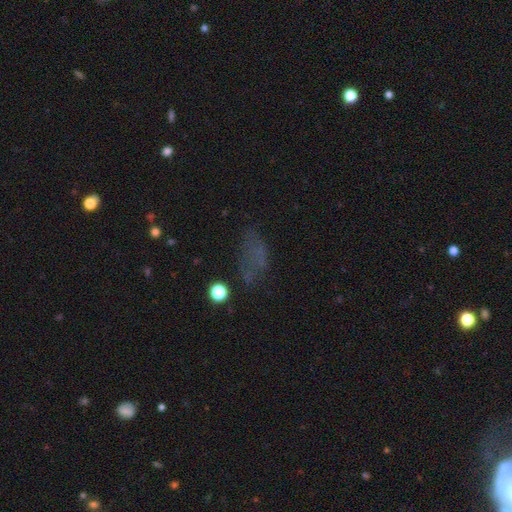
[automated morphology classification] smooth-or-featured: smooth: 48% | star or artifact: 32% | featured or disk: 20%
  merging: none: 52% | major disturbance: 23% | minor disturbance: 21% | merger: 4%